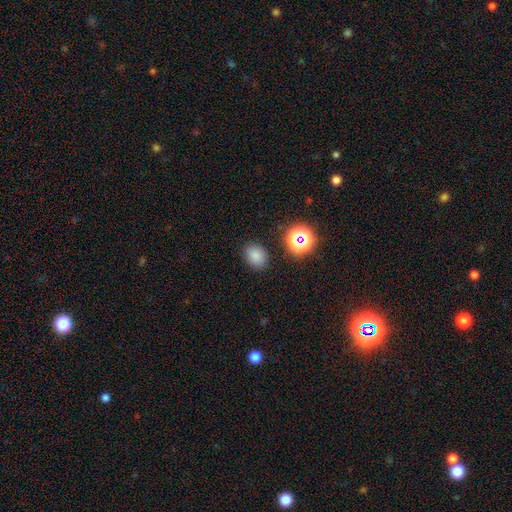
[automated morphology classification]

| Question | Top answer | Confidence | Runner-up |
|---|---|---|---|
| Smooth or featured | smooth | 78% | star or artifact (16%) |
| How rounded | in between | 55% | round (44%) |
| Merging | none | 84% | minor disturbance (10%) |